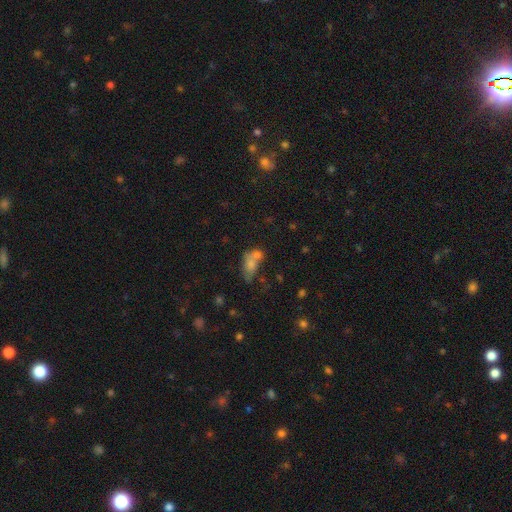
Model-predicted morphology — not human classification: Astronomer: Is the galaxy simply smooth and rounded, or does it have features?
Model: smooth — 66%.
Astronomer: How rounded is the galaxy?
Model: in between — 72%.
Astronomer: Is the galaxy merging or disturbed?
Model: merger — 53% (runner-up: none, 28%).